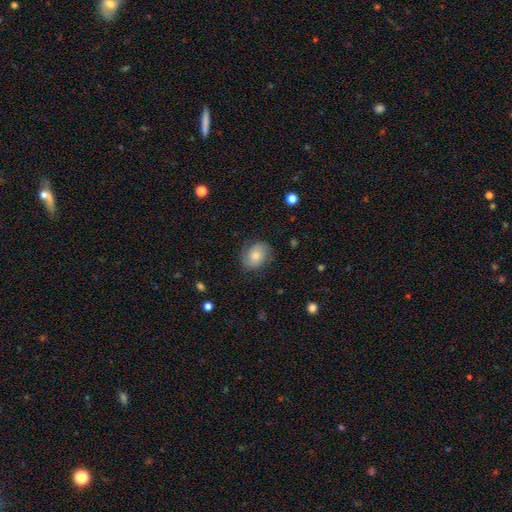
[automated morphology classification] This is likely a smooth galaxy (70%). How rounded: likely in between (62%). Merging: likely none (76%).